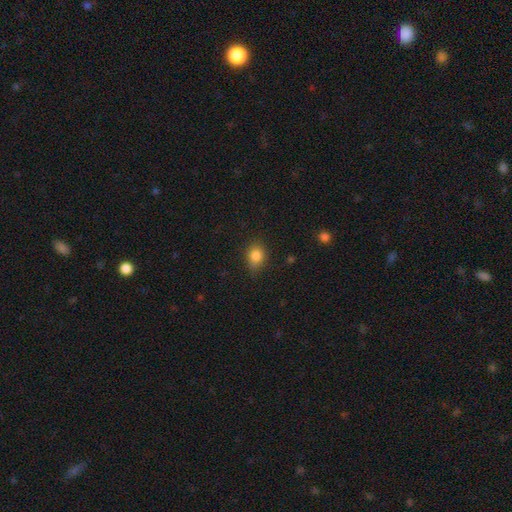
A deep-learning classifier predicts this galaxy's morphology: The model was most divided on "how rounded": round: 62%, in between: 37%, cigar-shaped: 1%. More confident: smooth or featured — smooth (83%); merging — none (75%).